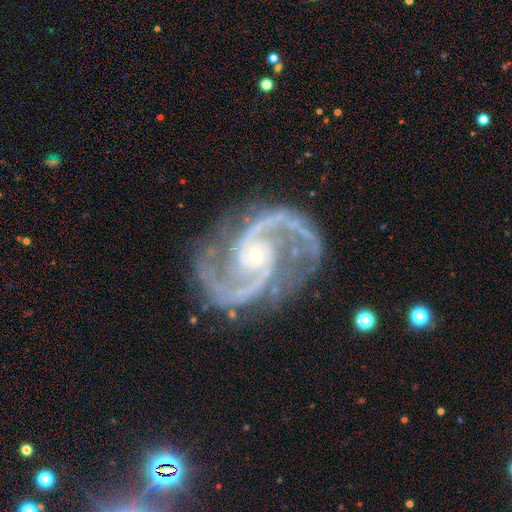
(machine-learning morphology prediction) Smooth or featured?
  - featured or disk: 94% *
  - star or artifact: 4%
  - smooth: 2%
Edge-on disk?
  - no: 98% *
  - yes: 2%
Bar?
  - no: 66% *
  - weak: 24%
  - strong: 10%
Spiral arms?
  - yes: 99% *
  - no: 1%
Spiral winding?
  - medium: 66% *
  - tight: 19%
  - loose: 15%
Spiral arm count?
  - 2: 92% *
  - 3: 2%
  - can't tell: 2%
  - 4: 1%
  - 1: 1%
  - more than 4: 1%
Bulge size?
  - small: 83% *
  - moderate: 14%
  - none: 2%
  - large: 1%
  - dominant: 1%
Merging?
  - none: 80% *
  - minor disturbance: 13%
  - major disturbance: 6%
  - merger: 2%